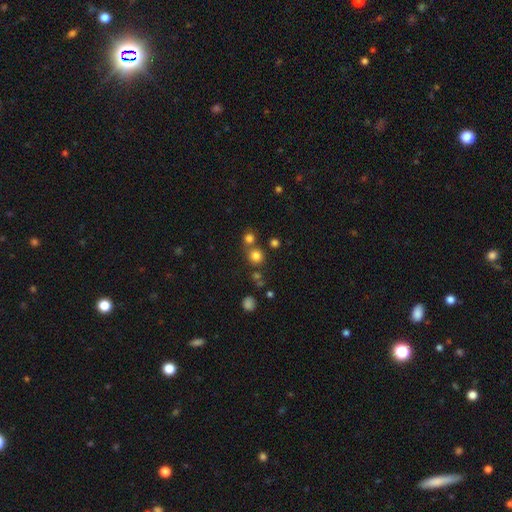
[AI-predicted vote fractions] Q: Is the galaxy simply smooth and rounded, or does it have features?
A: smooth — 77%.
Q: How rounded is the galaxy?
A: round — 90%.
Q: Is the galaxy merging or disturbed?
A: none — 68%.